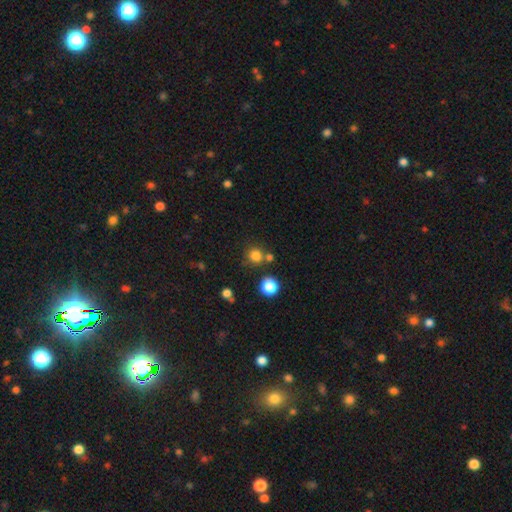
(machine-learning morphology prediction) Smooth or featured: smooth — 79% (star or artifact — 16%)
How rounded: round — 91% (in between — 8%)
Merging: none — 73% (merger — 15%)